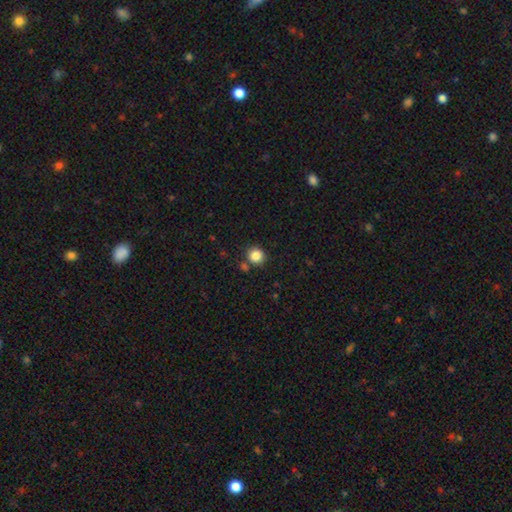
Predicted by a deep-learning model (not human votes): The model was most divided on "merging": none: 80%, merger: 9%, minor disturbance: 9%, major disturbance: 3%. More confident: how rounded — round (91%); smooth or featured — smooth (85%).